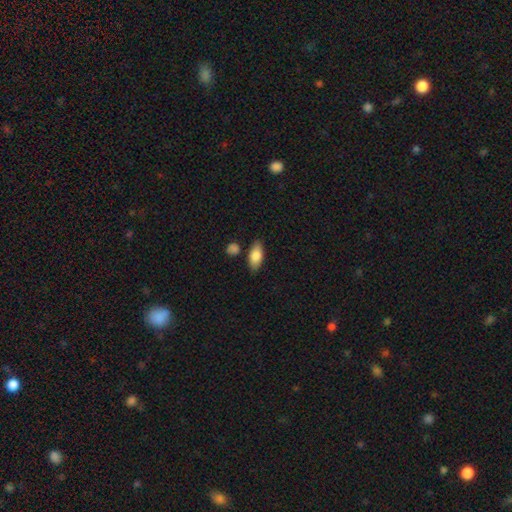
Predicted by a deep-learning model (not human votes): This appears to be a smooth galaxy with no disk features (82%) that is in between round and cigar-shaped (87%). Merging: none (82%).